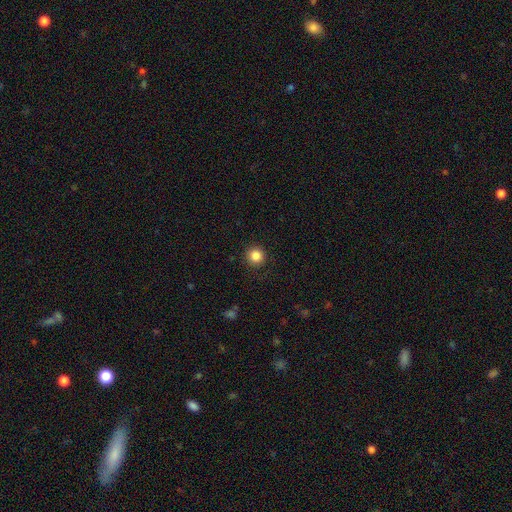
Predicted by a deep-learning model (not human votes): Smooth or featured? smooth (85%)
How rounded? round (95%)
Merging? none (90%)